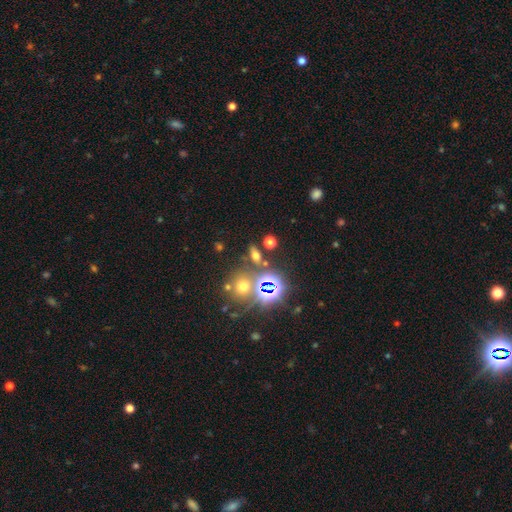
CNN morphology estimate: Overall: smooth (47%; star or artifact 38%). Merging: none (78%).